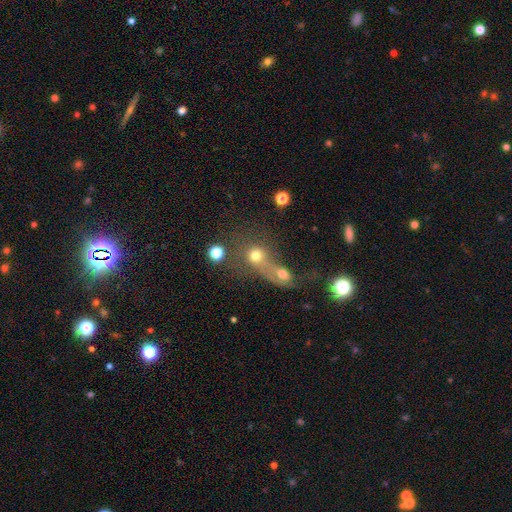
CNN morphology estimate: type=smooth (69%); roundness=round (77%); merging=merger (56%).